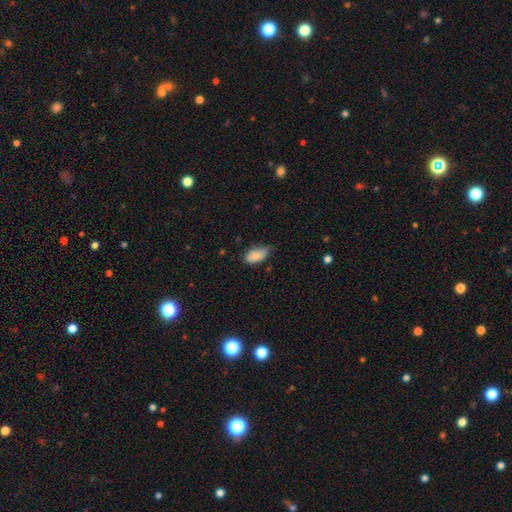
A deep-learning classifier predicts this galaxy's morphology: Smooth or featured?
  - smooth: 86% *
  - featured or disk: 7%
  - star or artifact: 7%
How rounded?
  - in between: 93% *
  - cigar-shaped: 4%
  - round: 3%
Merging?
  - none: 51% *
  - minor disturbance: 41%
  - major disturbance: 7%
  - merger: 2%